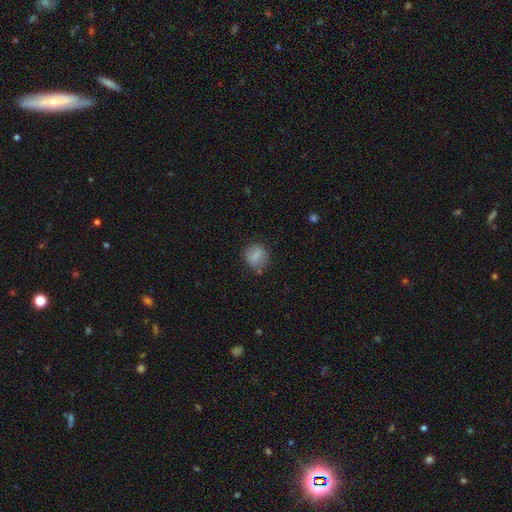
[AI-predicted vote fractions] Smooth or featured: smooth — 78% (featured or disk — 14%)
How rounded: round — 74% (in between — 24%)
Merging: none — 79% (minor disturbance — 14%)